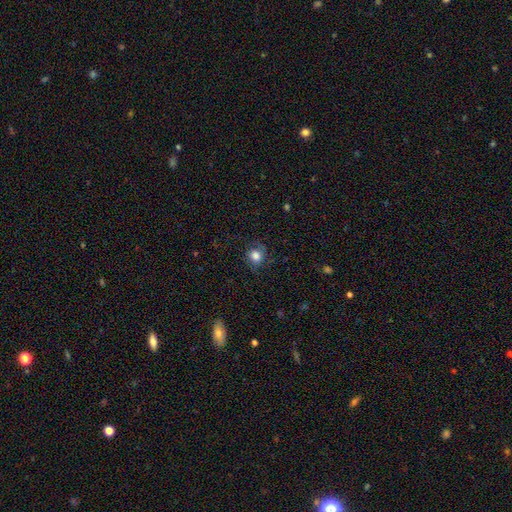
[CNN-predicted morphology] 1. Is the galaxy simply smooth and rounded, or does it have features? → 80% smooth, 11% star or artifact, 9% featured or disk.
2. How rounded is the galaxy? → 80% round, 19% in between, 1% cigar-shaped.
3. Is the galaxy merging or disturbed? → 76% none, 17% minor disturbance, 7% major disturbance, 1% merger.